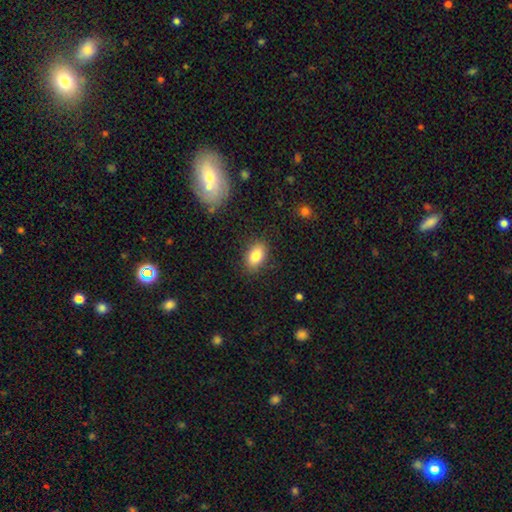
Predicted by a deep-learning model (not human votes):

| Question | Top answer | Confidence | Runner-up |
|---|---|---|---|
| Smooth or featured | smooth | 83% | featured or disk (8%) |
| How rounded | in between | 88% | round (10%) |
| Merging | none | 84% | minor disturbance (11%) |